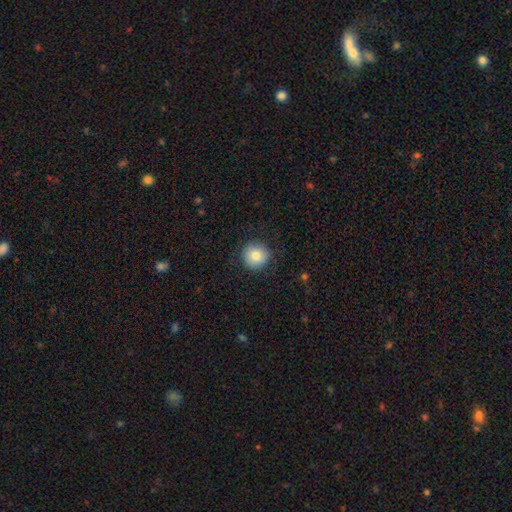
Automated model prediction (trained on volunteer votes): The model was most divided on "smooth or featured": smooth: 83%, star or artifact: 9%, featured or disk: 8%. More confident: how rounded — round (94%); merging — none (87%).